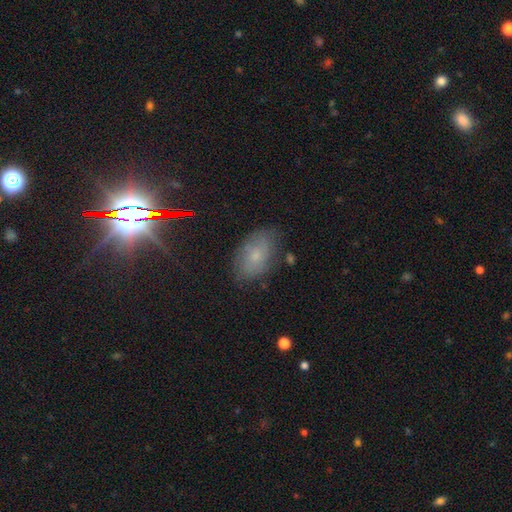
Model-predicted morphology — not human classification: Smooth or featured: smooth — 56% (featured or disk — 27%)
How rounded: in between — 90% (round — 8%)
Merging: none — 75% (minor disturbance — 18%)